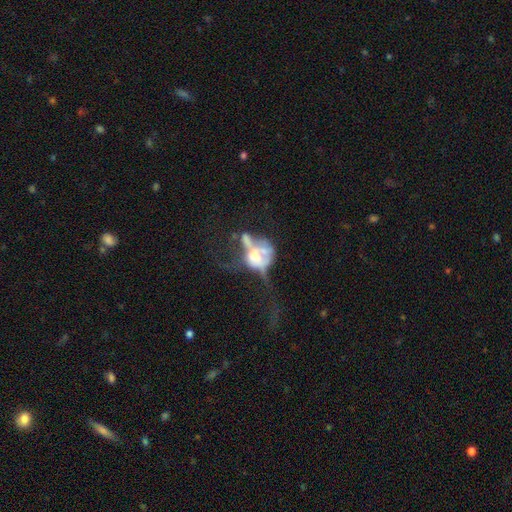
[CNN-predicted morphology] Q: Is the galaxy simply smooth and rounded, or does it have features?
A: featured or disk — 54%.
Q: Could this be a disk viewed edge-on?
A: no — 89%.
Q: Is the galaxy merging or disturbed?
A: major disturbance — 39%, tied with merger.